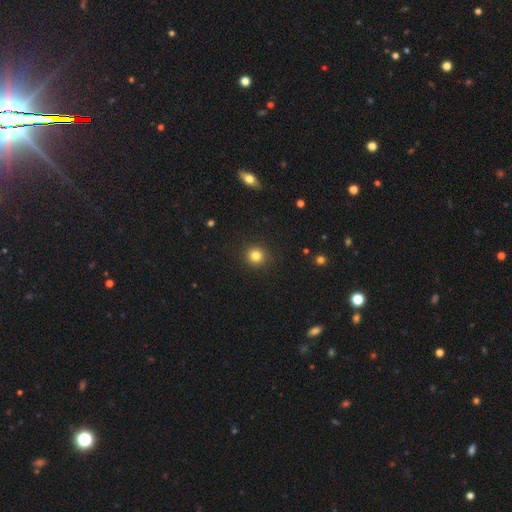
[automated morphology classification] smooth-or-featured: smooth: 82% | star or artifact: 12% | featured or disk: 6%
  how-rounded: round: 92% | in between: 7% | cigar-shaped: 1%
  merging: none: 92% | minor disturbance: 5% | major disturbance: 2% | merger: 1%